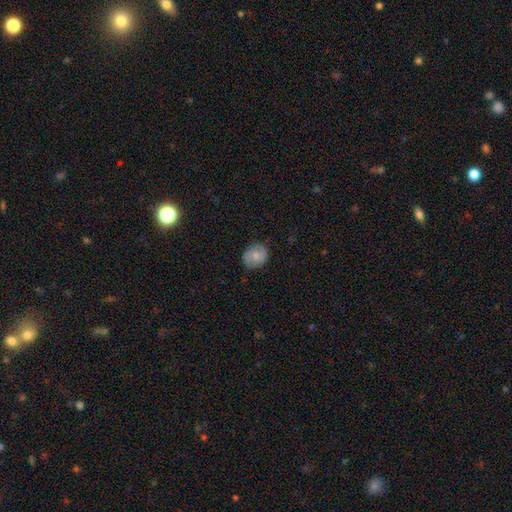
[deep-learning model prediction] smooth 66%, featured or disk 27%, star or artifact 7%. Down the decision tree: how rounded — round (52%); merging — none (79%).